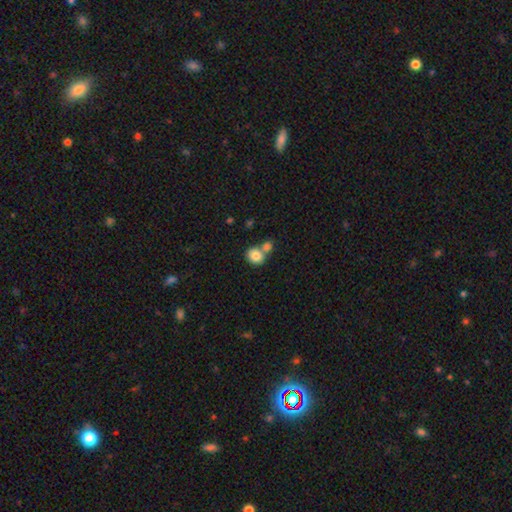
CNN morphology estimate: A smooth galaxy with no disk features (82%) that is round (71%). Merging: none (45%).